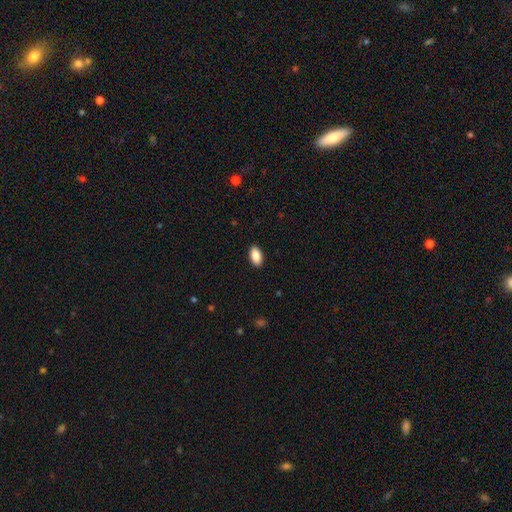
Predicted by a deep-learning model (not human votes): Q: Smooth or featured?
A: smooth (89%); runner-up: star or artifact (7%)
Q: How rounded?
A: in between (94%); runner-up: round (3%)
Q: Merging?
A: none (90%); runner-up: minor disturbance (7%)